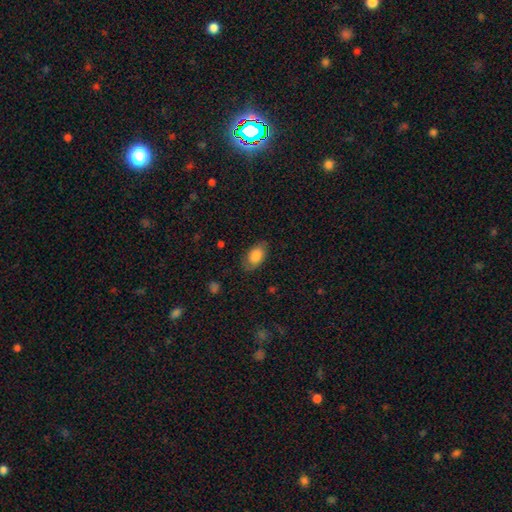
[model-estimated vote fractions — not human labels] Smooth or featured: smooth — 81% (featured or disk — 12%)
How rounded: in between — 92% (round — 6%)
Merging: none — 77% (minor disturbance — 17%)